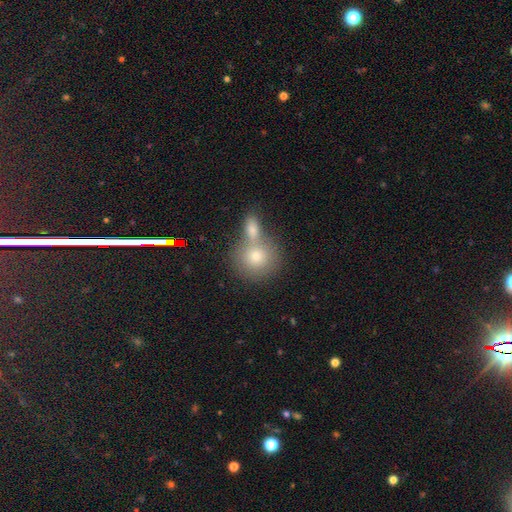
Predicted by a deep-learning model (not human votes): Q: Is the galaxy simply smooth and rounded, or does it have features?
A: smooth — 72%.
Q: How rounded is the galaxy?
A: round — 82%.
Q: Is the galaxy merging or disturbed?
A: merger — 47%.